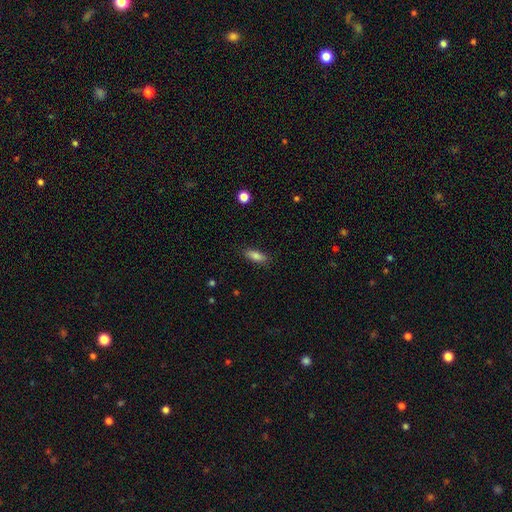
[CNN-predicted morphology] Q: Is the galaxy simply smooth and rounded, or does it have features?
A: smooth — 83%.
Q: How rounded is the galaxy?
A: in between — 70%.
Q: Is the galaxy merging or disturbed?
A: none — 86%.